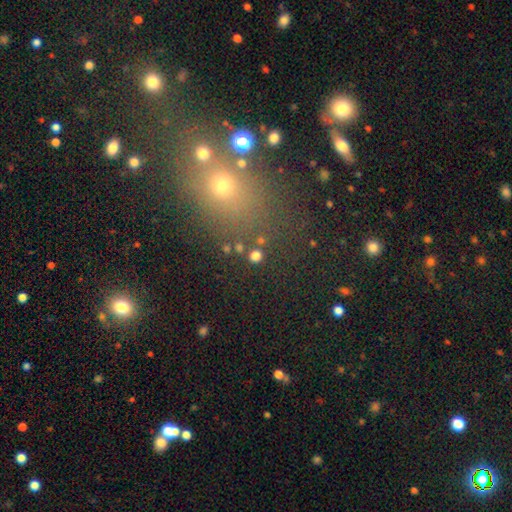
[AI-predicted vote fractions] Morphology: type=smooth (77%); roundness=round (92%); merging=none (84%).